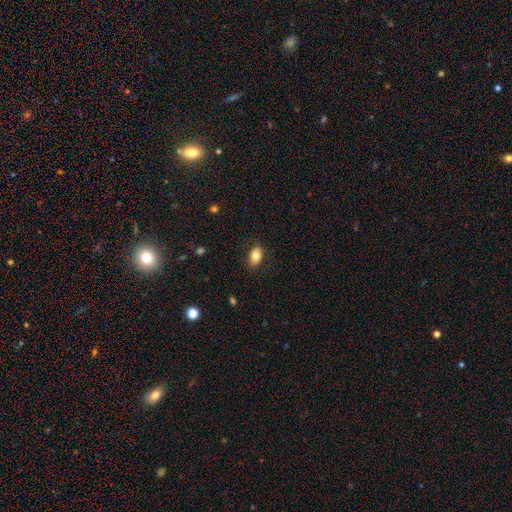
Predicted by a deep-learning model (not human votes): The model was most divided on "smooth or featured": smooth: 80%, featured or disk: 12%, star or artifact: 8%. More confident: how rounded — in between (86%); merging — none (85%).